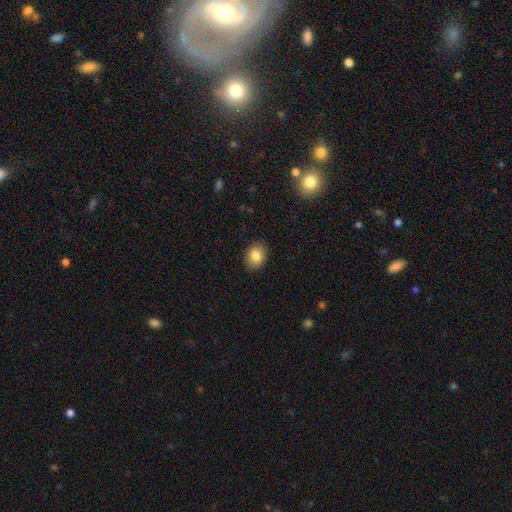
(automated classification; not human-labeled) Smooth or featured? Predicted: smooth (p=0.84). How rounded? Predicted: in between (p=0.66). Merging? Predicted: none (p=0.89).